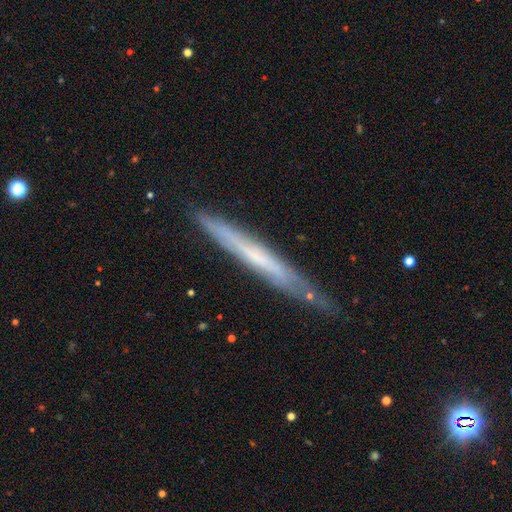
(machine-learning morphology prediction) featured or disk 56%, smooth 37%, star or artifact 7%. Down the decision tree: edge-on disk — yes (90%); edge-on bulge — none (81%); merging — none (77%).